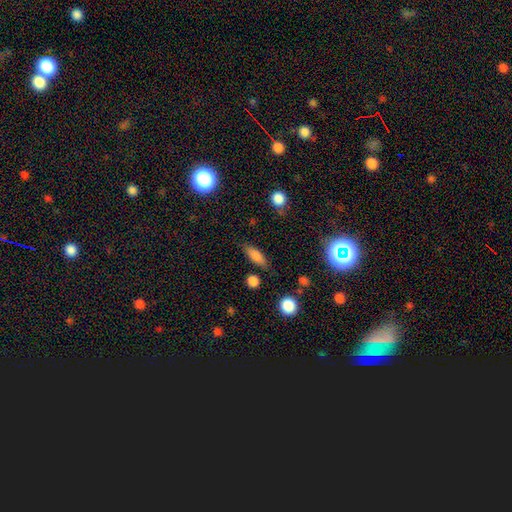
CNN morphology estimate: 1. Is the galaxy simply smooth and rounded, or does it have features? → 75% smooth, 16% featured or disk, 10% star or artifact.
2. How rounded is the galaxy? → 55% in between, 40% cigar-shaped, 5% round.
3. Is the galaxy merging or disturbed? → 78% none, 14% minor disturbance, 4% major disturbance, 3% merger.